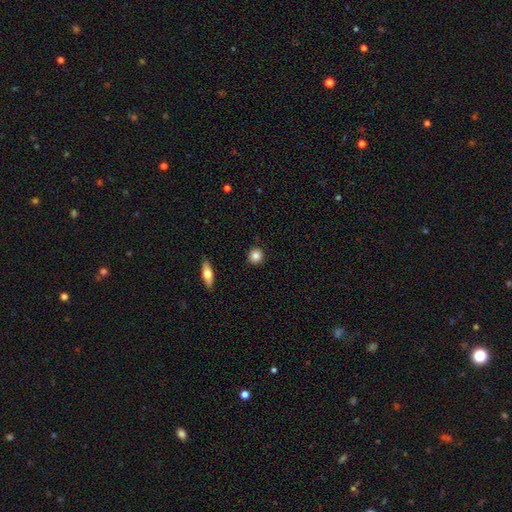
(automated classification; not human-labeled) Overall: smooth (84%). How rounded: round (91%). Merging: none (91%).